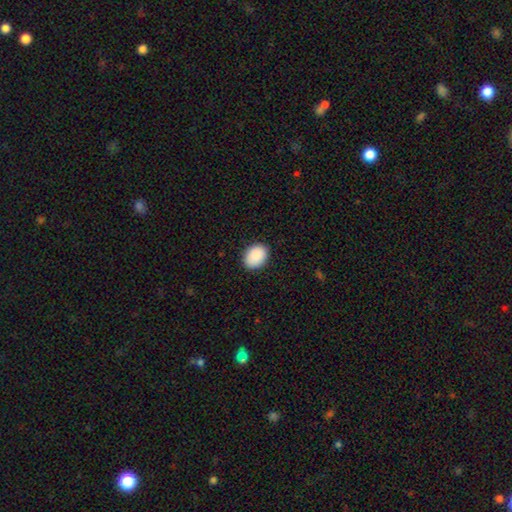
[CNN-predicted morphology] Smooth or featured: smooth — 91% (star or artifact — 6%)
How rounded: in between — 70% (round — 29%)
Merging: none — 89% (minor disturbance — 9%)